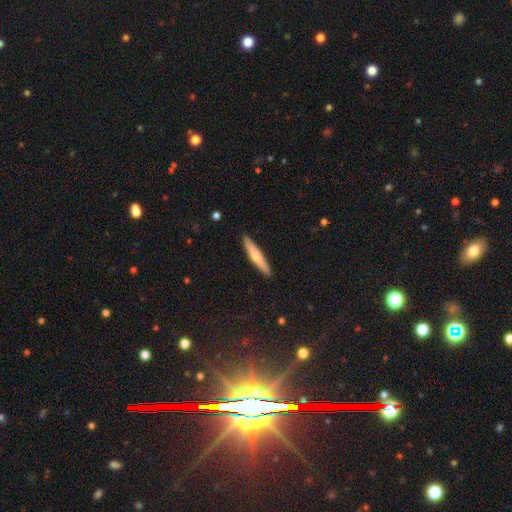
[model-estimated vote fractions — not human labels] smooth-or-featured: smooth: 59% | featured or disk: 35% | star or artifact: 5%
  how-rounded: cigar-shaped: 91% | in between: 8% | round: 1%
  merging: none: 91% | minor disturbance: 6% | major disturbance: 1% | merger: 1%